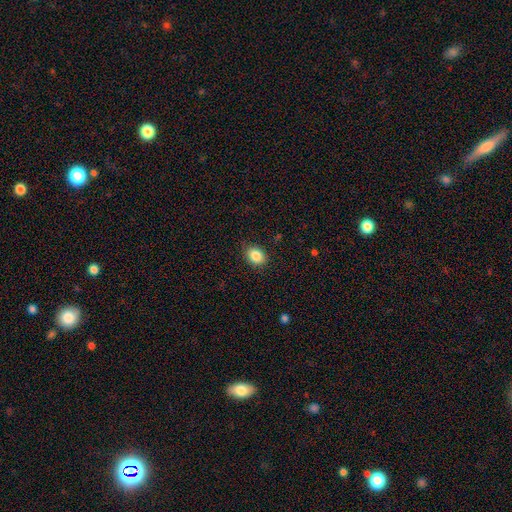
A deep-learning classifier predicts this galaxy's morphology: Overall: smooth (86%). How rounded: in between (64%; round 35%). Merging: none (84%).